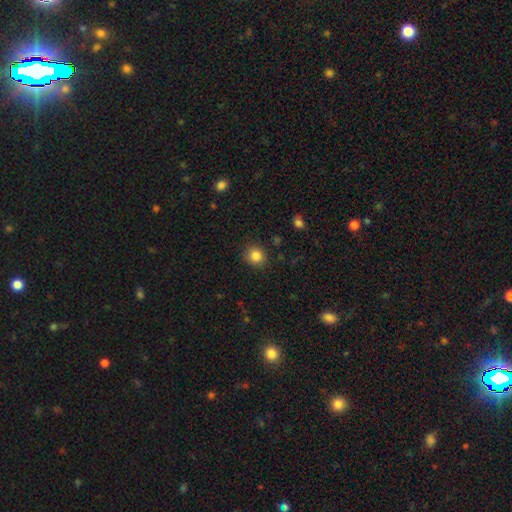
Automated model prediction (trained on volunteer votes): Smooth or featured? Predicted: smooth (p=0.84). How rounded? Predicted: round (p=0.87). Merging? Predicted: none (p=0.88).